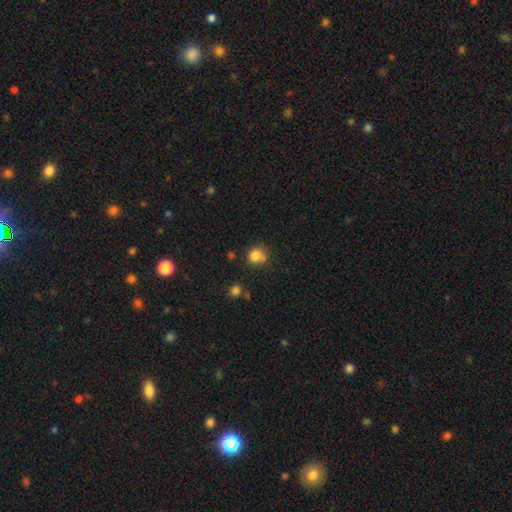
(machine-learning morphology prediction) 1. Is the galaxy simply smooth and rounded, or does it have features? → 82% smooth, 11% star or artifact, 6% featured or disk.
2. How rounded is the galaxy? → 85% round, 14% in between, 1% cigar-shaped.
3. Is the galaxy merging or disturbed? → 67% none, 20% minor disturbance, 8% merger, 5% major disturbance.